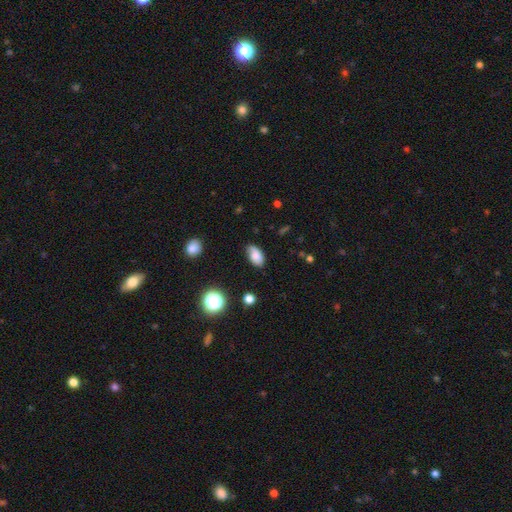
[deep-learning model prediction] Smooth or featured: smooth — 75% (featured or disk — 15%)
How rounded: in between — 91% (round — 6%)
Merging: none — 72% (minor disturbance — 22%)